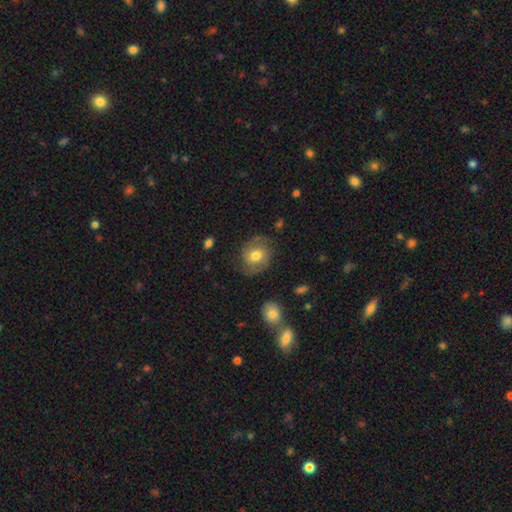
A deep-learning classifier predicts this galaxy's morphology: This appears to be a featured or disk galaxy (66%) with no bar (54%), 2 (89%) medium (49%) spiral arms (89%) and a moderate central bulge (71%). Merging: none (77%).